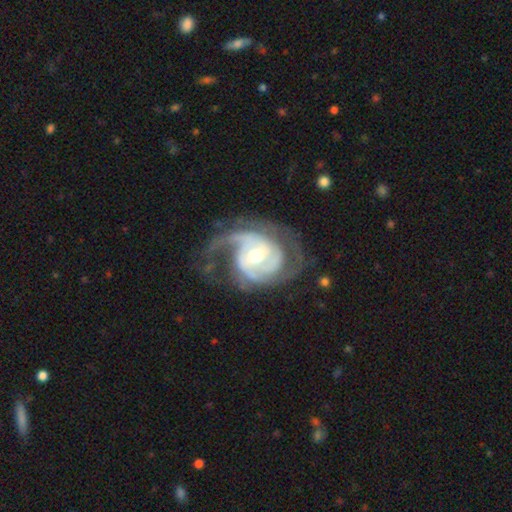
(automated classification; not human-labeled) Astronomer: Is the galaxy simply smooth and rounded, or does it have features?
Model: featured or disk — 91%.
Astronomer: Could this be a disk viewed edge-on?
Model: no — 98%.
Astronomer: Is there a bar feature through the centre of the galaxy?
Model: no — 48% (runner-up: weak, 39%).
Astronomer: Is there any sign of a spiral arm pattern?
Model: yes — 97%.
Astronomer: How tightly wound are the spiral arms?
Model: medium — 42% (runner-up: tight, 41%).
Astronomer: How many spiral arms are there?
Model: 2 — 48%.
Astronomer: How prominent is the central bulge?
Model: moderate — 68%.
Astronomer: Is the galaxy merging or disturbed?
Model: none — 60%.